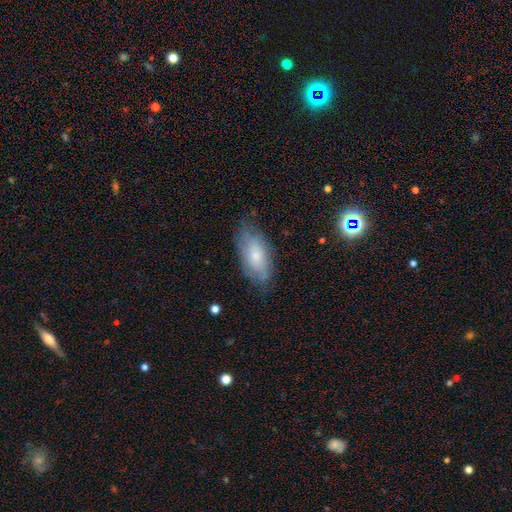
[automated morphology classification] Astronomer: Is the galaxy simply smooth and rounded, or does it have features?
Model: smooth — 63%.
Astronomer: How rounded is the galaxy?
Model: in between — 89%.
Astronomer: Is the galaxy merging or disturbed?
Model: none — 70%.